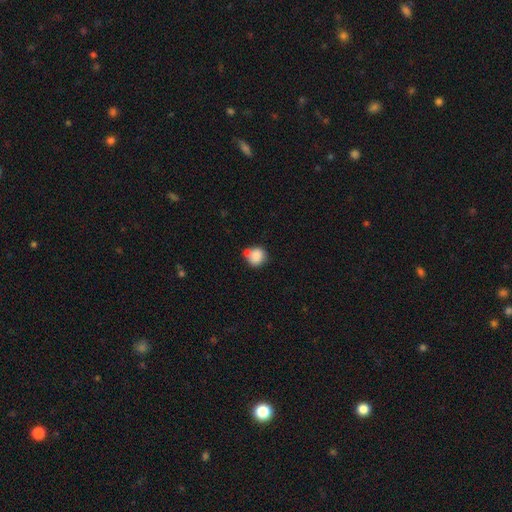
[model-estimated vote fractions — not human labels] The model was most divided on "merging": none: 50%, merger: 26%, minor disturbance: 18%, major disturbance: 5%. More confident: how rounded — round (86%); smooth or featured — smooth (83%).